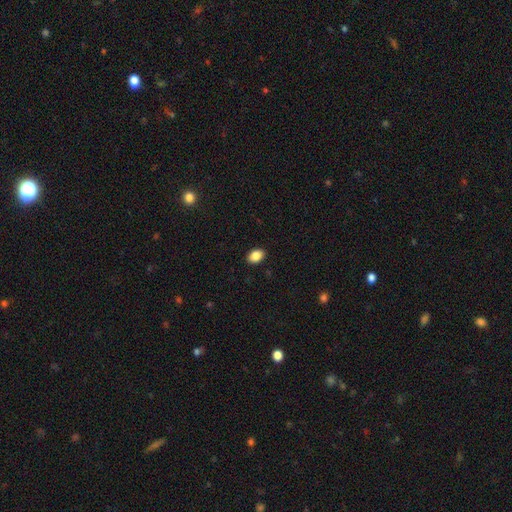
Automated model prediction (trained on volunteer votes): Smooth or featured: smooth — 87% (star or artifact — 8%)
How rounded: in between — 82% (round — 17%)
Merging: none — 90% (minor disturbance — 7%)